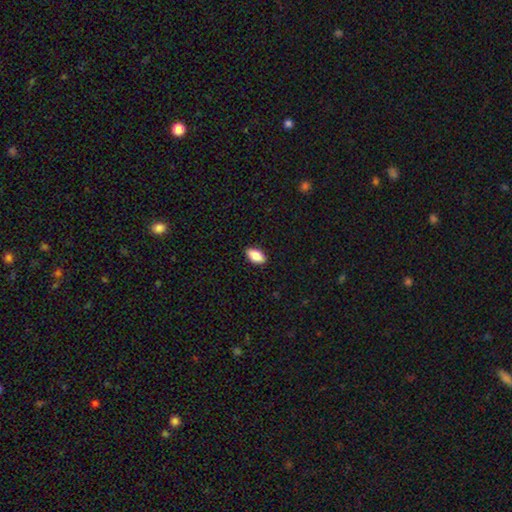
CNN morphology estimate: Smooth or featured?
  - smooth: 84% *
  - featured or disk: 9%
  - star or artifact: 7%
How rounded?
  - in between: 90% *
  - cigar-shaped: 7%
  - round: 3%
Merging?
  - none: 89% *
  - minor disturbance: 8%
  - major disturbance: 2%
  - merger: 1%